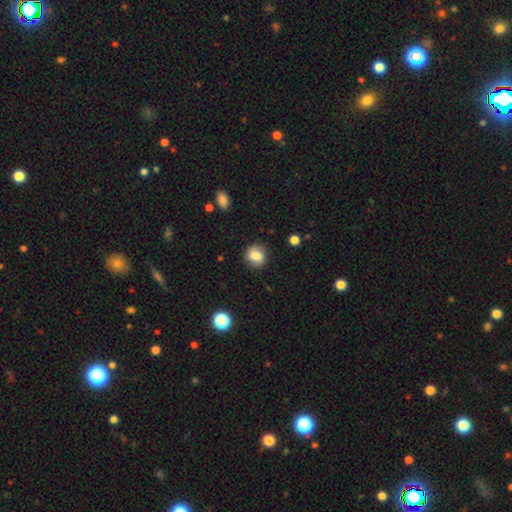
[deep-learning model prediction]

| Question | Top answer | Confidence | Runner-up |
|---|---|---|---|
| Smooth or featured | smooth | 78% | featured or disk (13%) |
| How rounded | round | 74% | in between (25%) |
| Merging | none | 80% | minor disturbance (15%) |